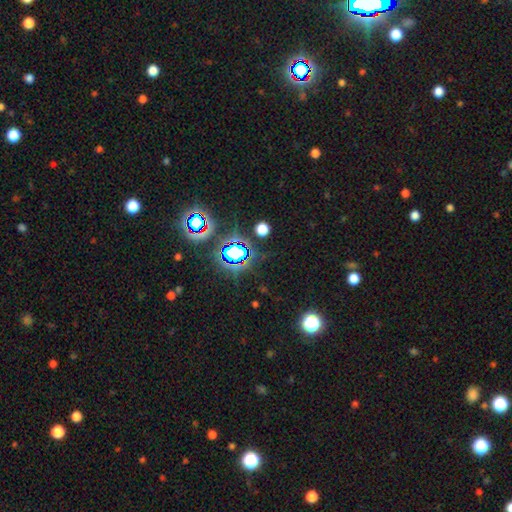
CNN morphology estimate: smooth-or-featured: star or artifact: 77% | smooth: 14% | featured or disk: 8%